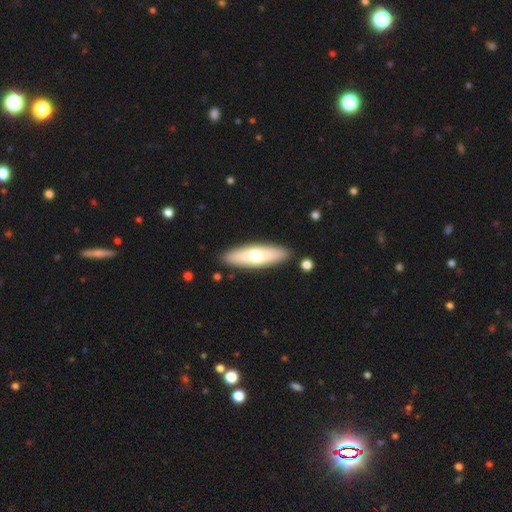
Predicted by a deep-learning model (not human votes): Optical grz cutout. It shows a smooth galaxy with no disk features (61%) that is cigar-shaped (57%). Merging: none (88%).